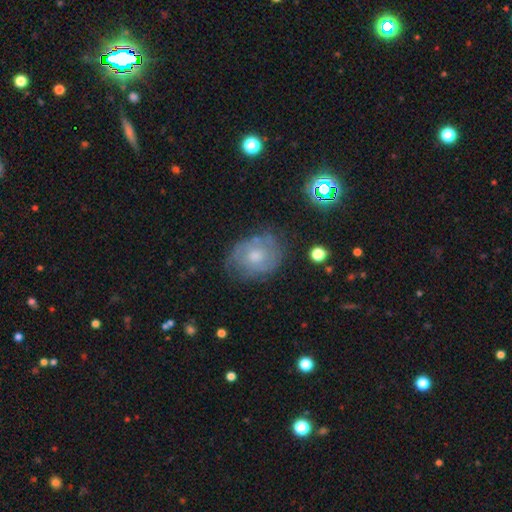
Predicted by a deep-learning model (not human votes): Smooth or featured?
  - featured or disk: 54% *
  - smooth: 36%
  - star or artifact: 9%
Edge-on disk?
  - no: 96% *
  - yes: 4%
Bar?
  - no: 78% *
  - weak: 19%
  - strong: 3%
Spiral arms?
  - yes: 65% *
  - no: 35%
Bulge size?
  - moderate: 57% *
  - small: 30%
  - large: 6%
  - none: 5%
  - dominant: 1%
Merging?
  - none: 63% *
  - minor disturbance: 25%
  - major disturbance: 9%
  - merger: 2%